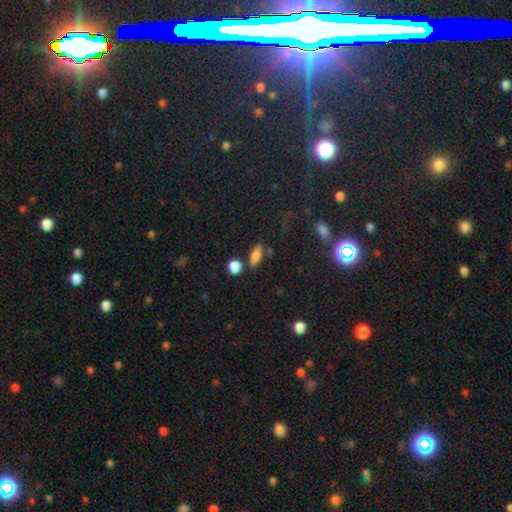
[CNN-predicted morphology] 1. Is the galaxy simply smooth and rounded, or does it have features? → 78% smooth, 12% featured or disk, 10% star or artifact.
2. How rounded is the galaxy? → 71% in between, 23% cigar-shaped, 7% round.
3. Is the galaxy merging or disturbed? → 76% none, 12% minor disturbance, 8% merger, 4% major disturbance.